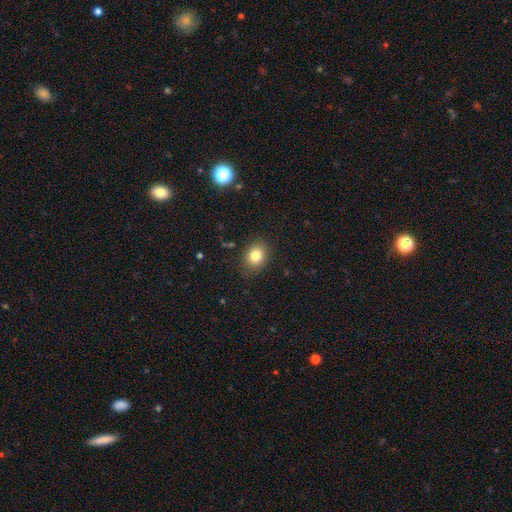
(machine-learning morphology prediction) This is clearly a smooth galaxy (82%). How rounded: possibly round (50%). Merging: clearly none (84%).